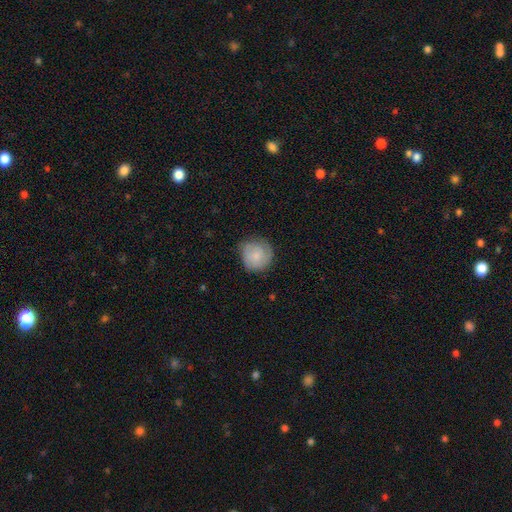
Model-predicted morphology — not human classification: Q: Smooth or featured?
A: smooth (64%); runner-up: featured or disk (29%)
Q: How rounded?
A: round (90%); runner-up: in between (9%)
Q: Merging?
A: none (68%); runner-up: minor disturbance (24%)